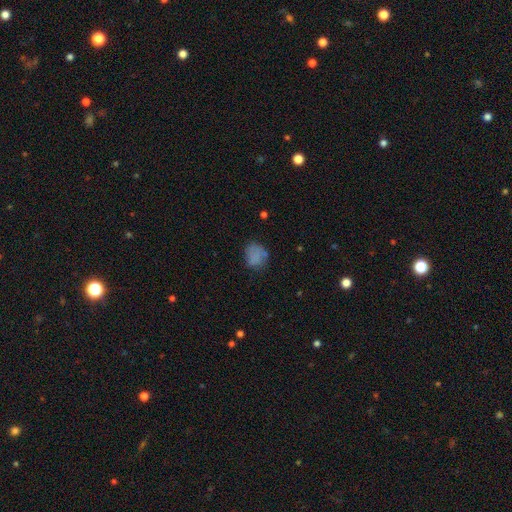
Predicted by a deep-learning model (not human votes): Smooth or featured?
  - smooth: 72% *
  - featured or disk: 16%
  - star or artifact: 12%
How rounded?
  - round: 57% *
  - in between: 42%
  - cigar-shaped: 1%
Merging?
  - none: 58% *
  - minor disturbance: 26%
  - major disturbance: 13%
  - merger: 3%